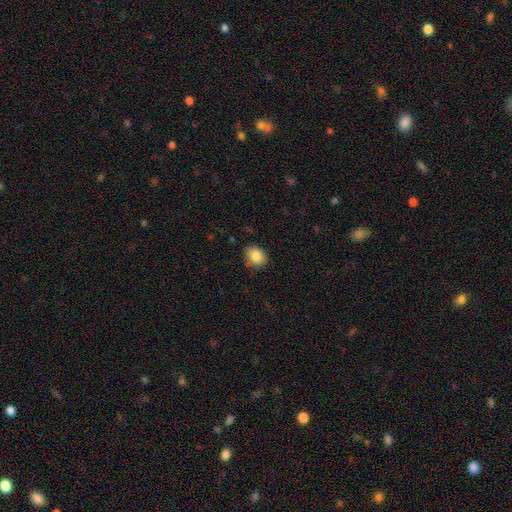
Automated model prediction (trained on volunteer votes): smooth 85%, star or artifact 9%, featured or disk 6%. Down the decision tree: how rounded — in between (51%); merging — none (83%).